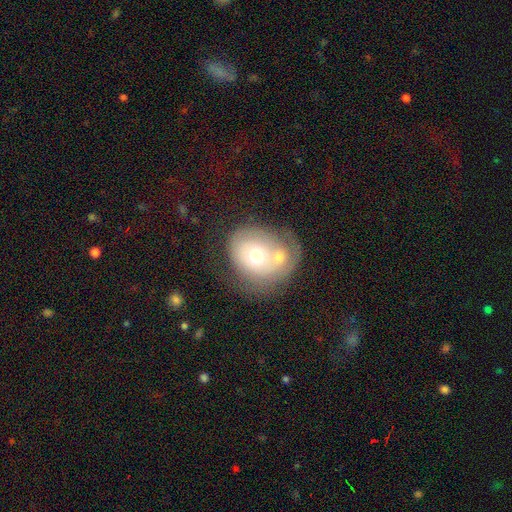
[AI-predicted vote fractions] Overall: smooth (51%; featured or disk 41%). How rounded: round (65%; in between 34%). Merging: merger (55%; none 20%).